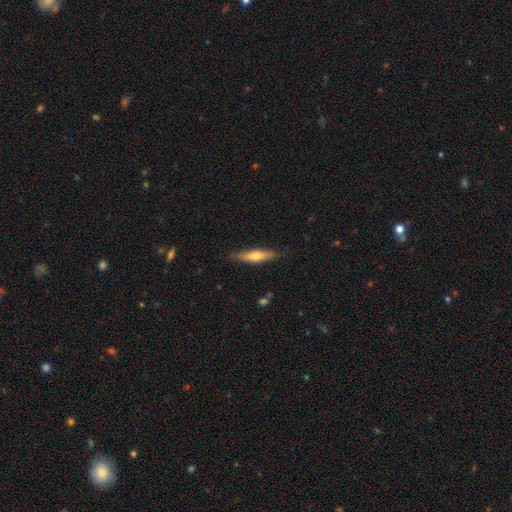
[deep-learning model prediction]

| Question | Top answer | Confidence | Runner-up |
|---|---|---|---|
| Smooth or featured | smooth | 56% | featured or disk (38%) |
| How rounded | cigar-shaped | 79% | in between (20%) |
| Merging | none | 84% | minor disturbance (12%) |